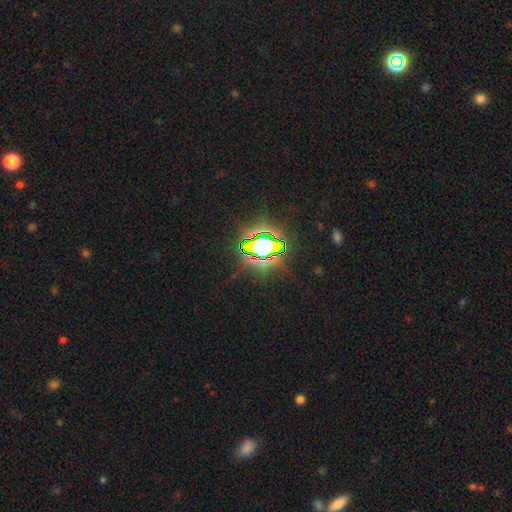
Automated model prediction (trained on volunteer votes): Overall: star or artifact (79%).